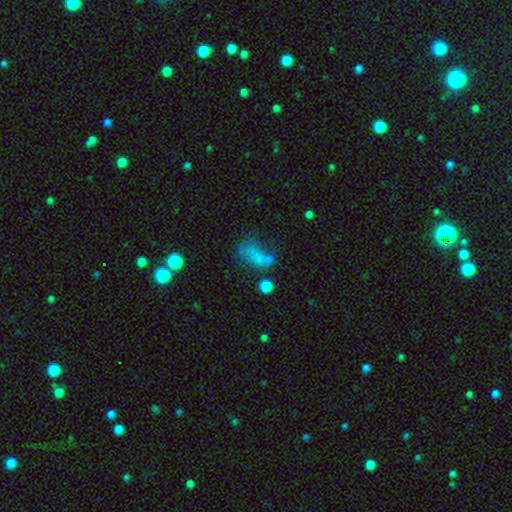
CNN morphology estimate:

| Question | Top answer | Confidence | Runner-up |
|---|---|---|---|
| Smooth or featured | smooth | 63% | featured or disk (19%) |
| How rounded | in between | 78% | round (15%) |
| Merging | merger | 29% | none (28%) |